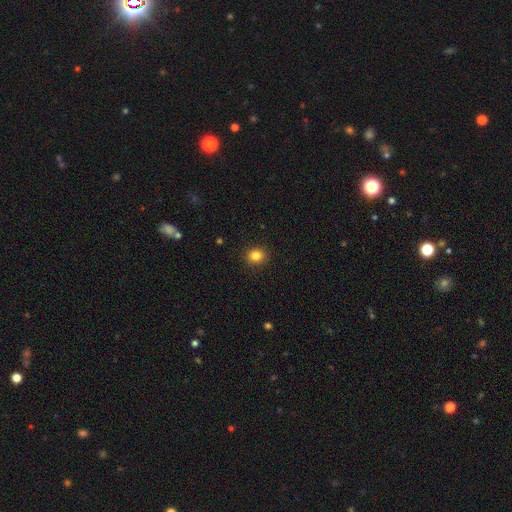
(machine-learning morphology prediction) smooth 84%, star or artifact 11%, featured or disk 5%. Down the decision tree: how rounded — round (76%); merging — none (91%).